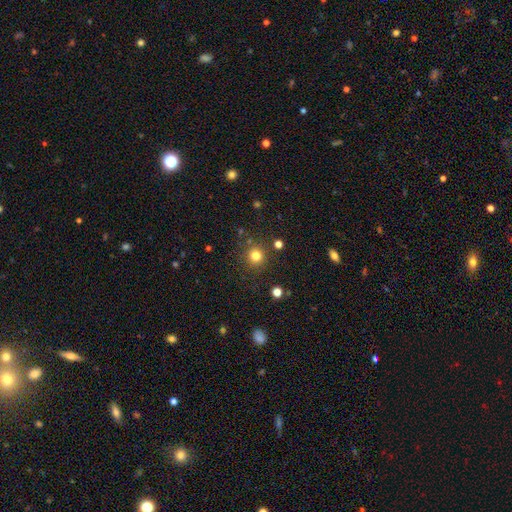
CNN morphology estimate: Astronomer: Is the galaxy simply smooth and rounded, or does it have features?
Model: smooth — 79%.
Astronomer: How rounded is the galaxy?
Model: round — 93%.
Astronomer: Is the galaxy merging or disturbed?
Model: none — 86%.